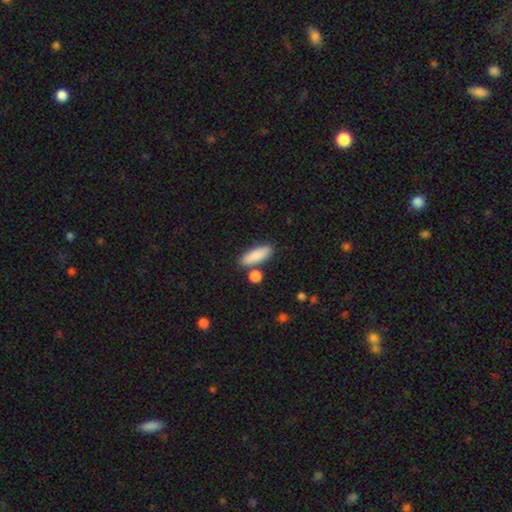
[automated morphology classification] Smooth or featured? smooth (87%)
How rounded? in between (60%)
Merging? none (74%)